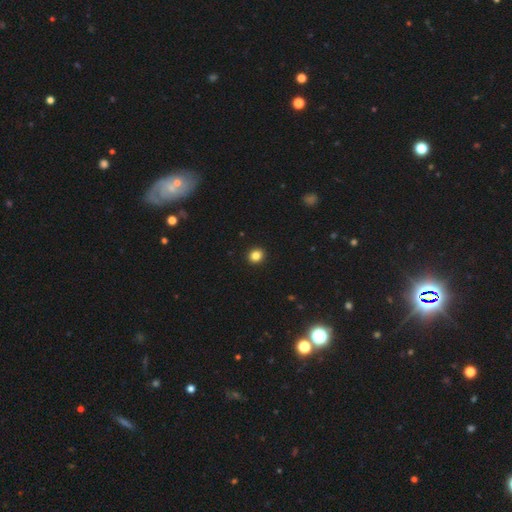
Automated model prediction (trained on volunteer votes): Smooth or featured? smooth (85%)
How rounded? round (82%)
Merging? none (93%)